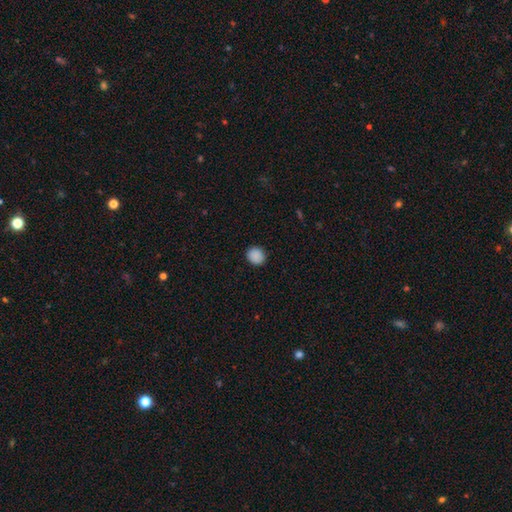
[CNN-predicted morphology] Overall: smooth (89%). How rounded: round (82%). Merging: none (90%).